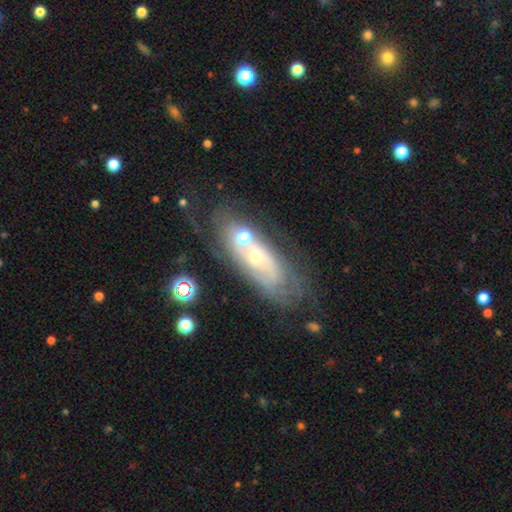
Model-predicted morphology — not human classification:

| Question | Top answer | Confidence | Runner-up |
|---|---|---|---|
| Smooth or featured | featured or disk | 71% | smooth (20%) |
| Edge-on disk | no | 88% | yes (12%) |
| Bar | no | 83% | weak (13%) |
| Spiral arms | yes | 67% | no (33%) |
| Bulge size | small | 62% | moderate (33%) |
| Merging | none | 48% | merger (20%) |